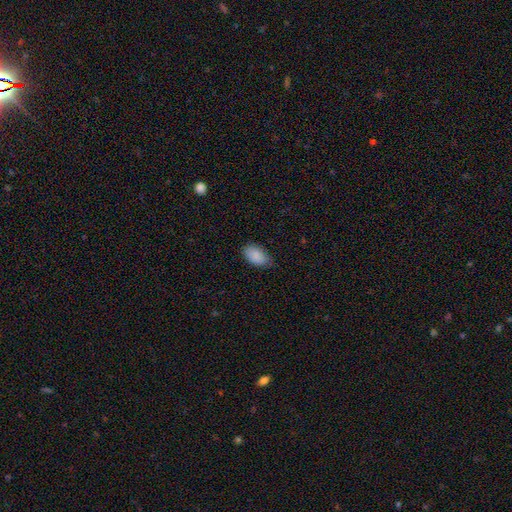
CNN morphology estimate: A smooth galaxy with no disk features (89%) that is in between round and cigar-shaped (93%).

Vote fractions:
- Smooth or featured? smooth: 89% / star or artifact: 7% / featured or disk: 5%
- How rounded? in between: 93% / round: 5% / cigar-shaped: 1%
- Merging? none: 74% / minor disturbance: 22% / major disturbance: 3% / merger: 1%